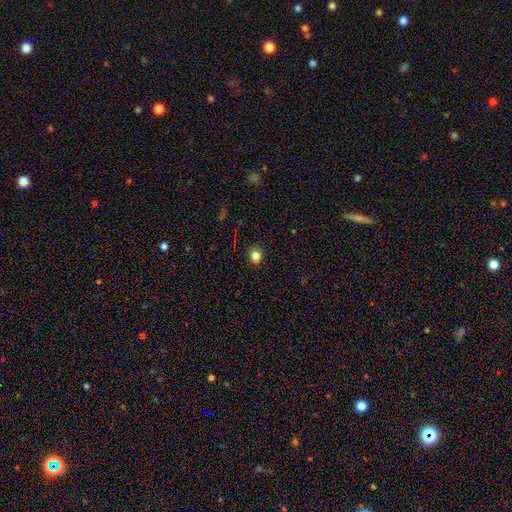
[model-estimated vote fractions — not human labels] Smooth or featured? smooth (78%)
How rounded? round (84%)
Merging? none (85%)